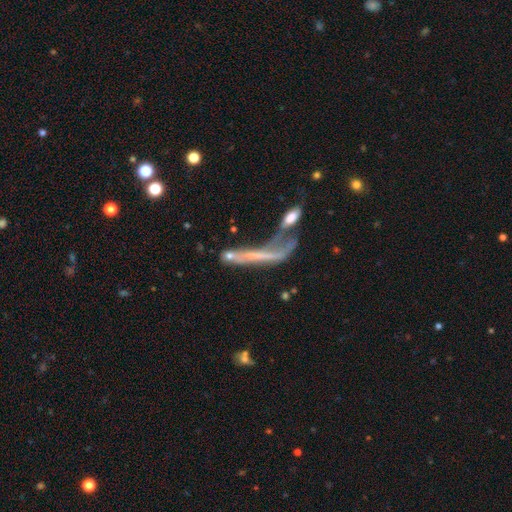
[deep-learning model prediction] Morphology: type=featured or disk (49%); merging=merger (33%).